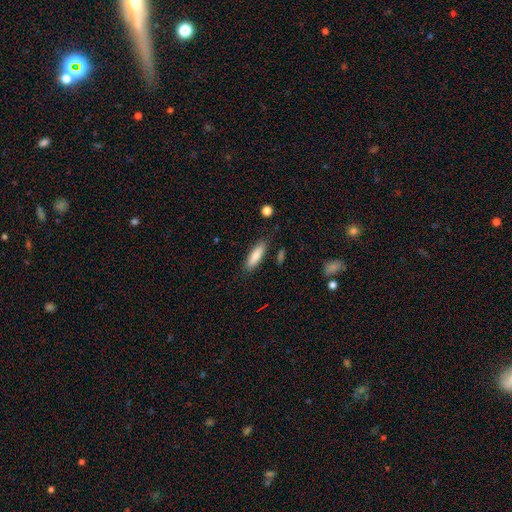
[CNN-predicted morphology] Q: Smooth or featured?
A: smooth (84%); runner-up: featured or disk (10%)
Q: How rounded?
A: cigar-shaped (54%); runner-up: in between (44%)
Q: Merging?
A: none (84%); runner-up: minor disturbance (11%)